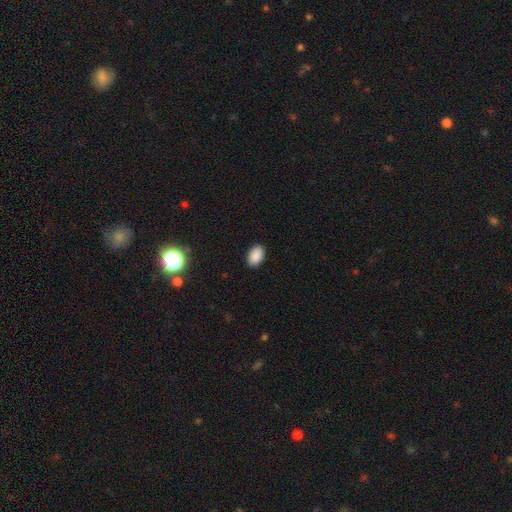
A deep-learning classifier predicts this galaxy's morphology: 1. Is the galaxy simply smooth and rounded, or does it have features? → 89% smooth, 8% star or artifact, 3% featured or disk.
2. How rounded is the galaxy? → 91% in between, 8% round, 1% cigar-shaped.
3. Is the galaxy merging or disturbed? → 89% none, 8% minor disturbance, 2% major disturbance, 1% merger.